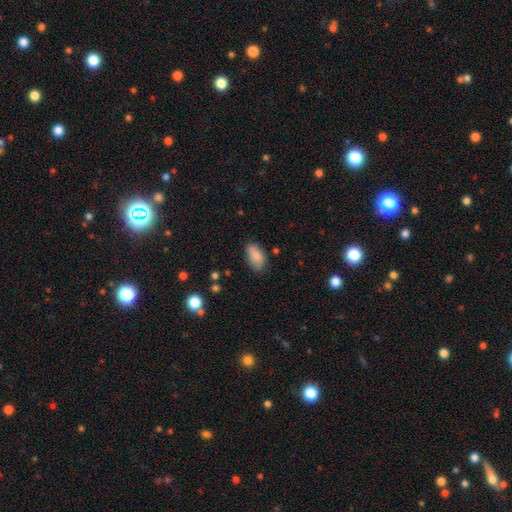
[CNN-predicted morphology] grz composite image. It shows a smooth galaxy with no disk features (85%) that is in between round and cigar-shaped (93%). Merging: none (76%).